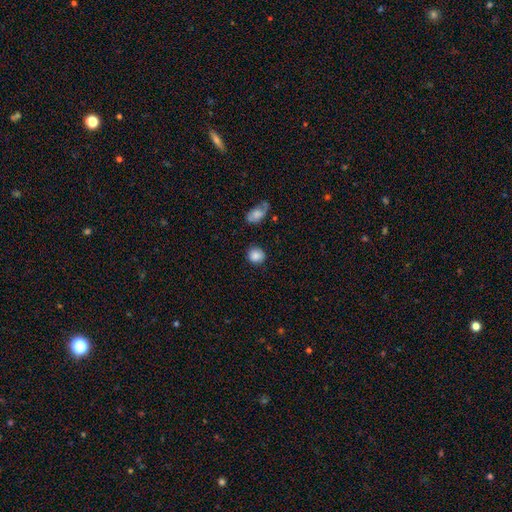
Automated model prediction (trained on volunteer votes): Smooth or featured? smooth (86%)
How rounded? round (78%)
Merging? none (84%)